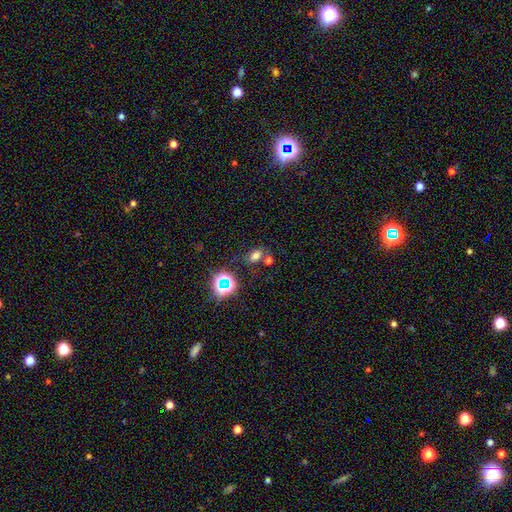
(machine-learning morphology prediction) This is likely a smooth galaxy (65%). How rounded: likely in between (74%). Merging: possibly none (59%).